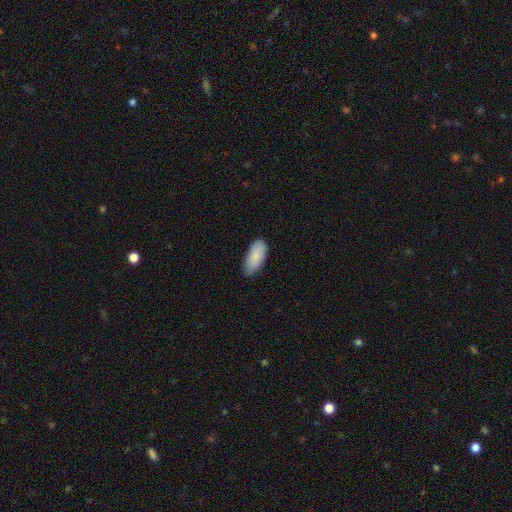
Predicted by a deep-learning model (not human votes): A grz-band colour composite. It shows a smooth galaxy with no disk features (86%) that is in between round and cigar-shaped (91%). Merging: none (77%).